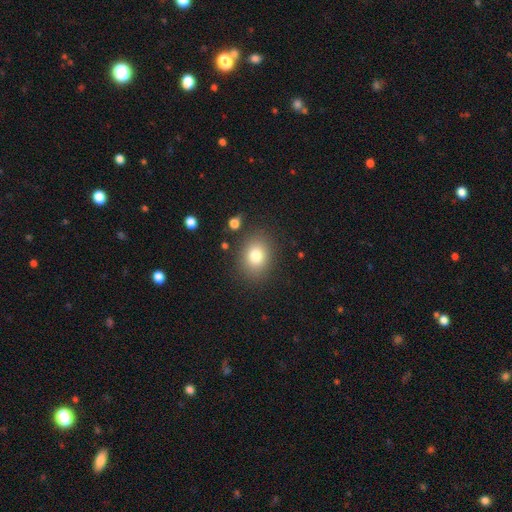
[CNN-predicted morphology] Smooth or featured: smooth — 80% (star or artifact — 11%)
How rounded: in between — 50% (round — 49%)
Merging: none — 84% (minor disturbance — 10%)